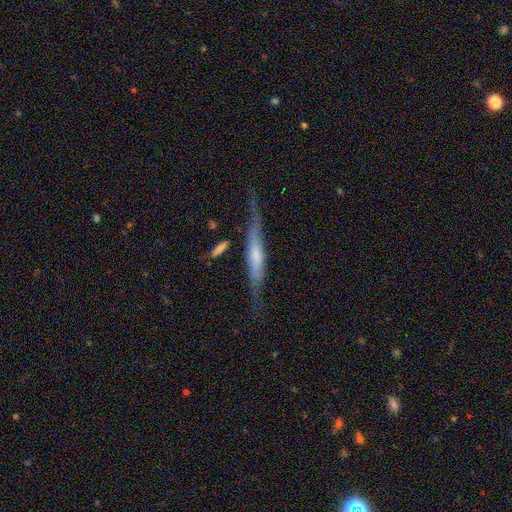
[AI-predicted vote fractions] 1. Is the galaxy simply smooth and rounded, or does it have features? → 63% featured or disk, 31% smooth, 6% star or artifact.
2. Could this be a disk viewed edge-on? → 87% yes, 13% no.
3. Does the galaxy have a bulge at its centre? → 42% rounded, 32% none, 26% boxy.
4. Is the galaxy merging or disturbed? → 61% none, 24% minor disturbance, 10% major disturbance, 5% merger.